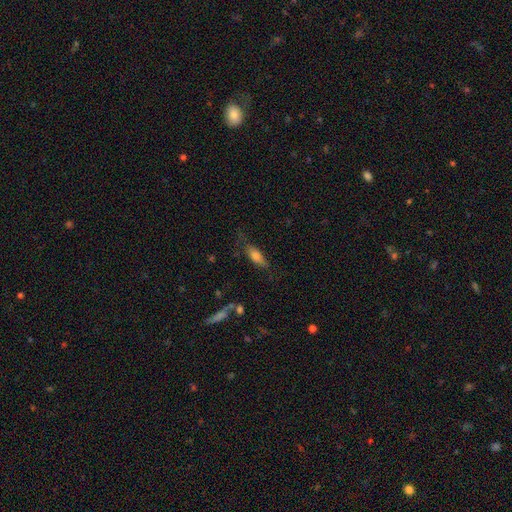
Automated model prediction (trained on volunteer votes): Morphology: type=smooth (66%); roundness=in between (61%); merging=none (59%).